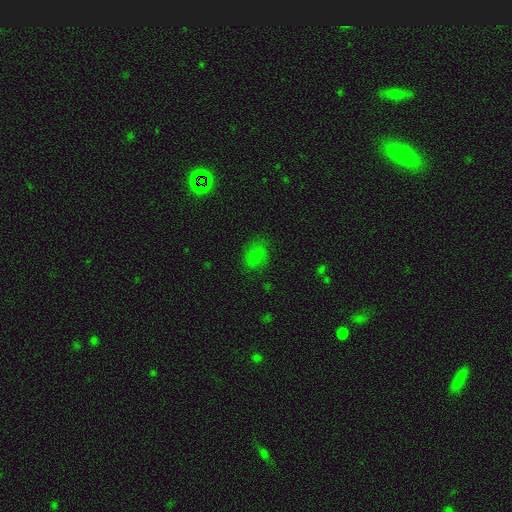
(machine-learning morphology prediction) A smooth galaxy with no disk features (71%) that is in between round and cigar-shaped (79%).

Vote fractions:
- Smooth or featured? smooth: 71% / star or artifact: 20% / featured or disk: 9%
- How rounded? in between: 79% / round: 19% / cigar-shaped: 2%
- Merging? none: 71% / minor disturbance: 20% / major disturbance: 8% / merger: 2%